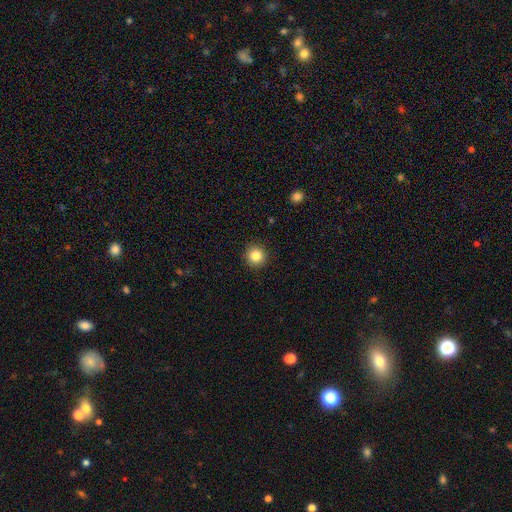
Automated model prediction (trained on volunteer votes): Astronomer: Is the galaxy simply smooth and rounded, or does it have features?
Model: smooth — 85%.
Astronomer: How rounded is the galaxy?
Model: round — 94%.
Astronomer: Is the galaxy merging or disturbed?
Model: none — 92%.